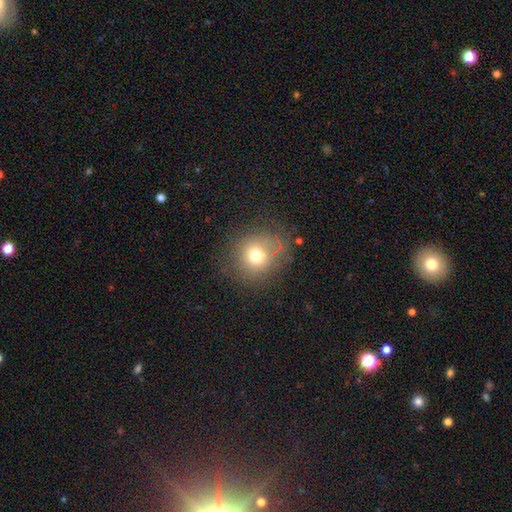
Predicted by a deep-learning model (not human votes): The model was most divided on "merging": none: 70%, minor disturbance: 18%, major disturbance: 10%, merger: 2%. More confident: how rounded — round (84%); smooth or featured — smooth (69%).